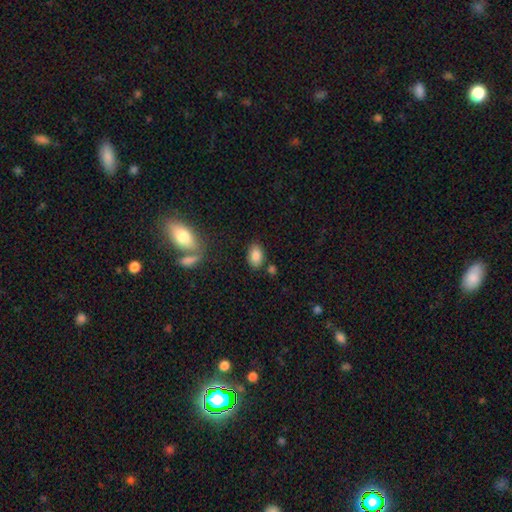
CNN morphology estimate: A smooth galaxy with no disk features (84%) that is in between round and cigar-shaped (89%). Merging: none (78%).